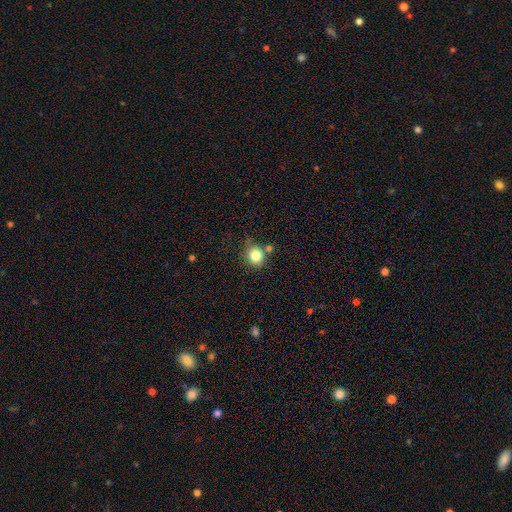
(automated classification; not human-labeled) The model was most divided on "merging": none: 71%, minor disturbance: 13%, merger: 12%, major disturbance: 4%. More confident: how rounded — round (85%); smooth or featured — smooth (80%).